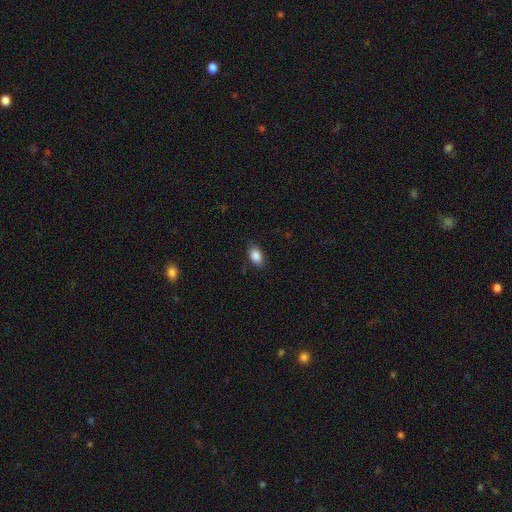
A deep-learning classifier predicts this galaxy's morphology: smooth_or_featured: smooth (p=0.87) [alt: star or artifact p=0.08]
how_rounded: in between (p=0.88) [alt: round p=0.09]
merging: none (p=0.82) [alt: minor disturbance p=0.14]